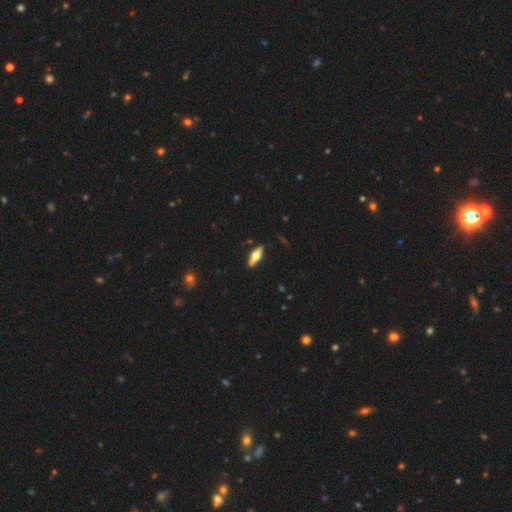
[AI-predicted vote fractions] featured or disk 56%, smooth 38%, star or artifact 6%. Down the decision tree: edge-on disk — yes (90%); edge-on bulge — rounded (94%); merging — none (86%).